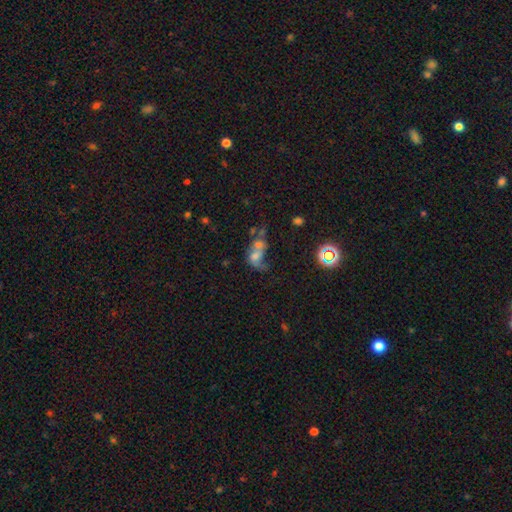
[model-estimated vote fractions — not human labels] Q: Smooth or featured?
A: smooth (53%); runner-up: featured or disk (30%)
Q: How rounded?
A: in between (60%); runner-up: round (38%)
Q: Merging?
A: merger (64%); runner-up: none (14%)